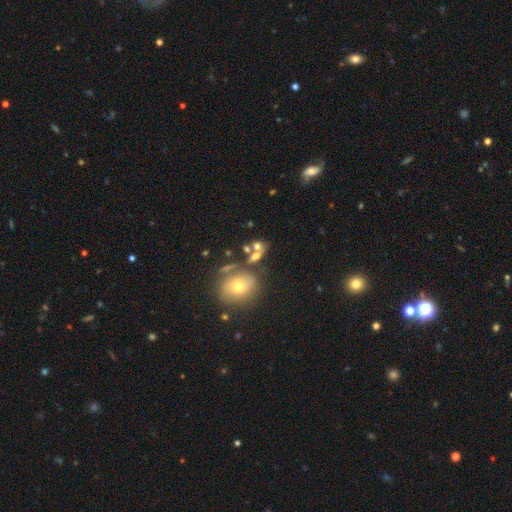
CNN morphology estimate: Smooth or featured?
  - smooth: 61% *
  - featured or disk: 22%
  - star or artifact: 17%
How rounded?
  - in between: 59% *
  - round: 35%
  - cigar-shaped: 6%
Merging?
  - none: 46% *
  - merger: 32%
  - minor disturbance: 14%
  - major disturbance: 8%